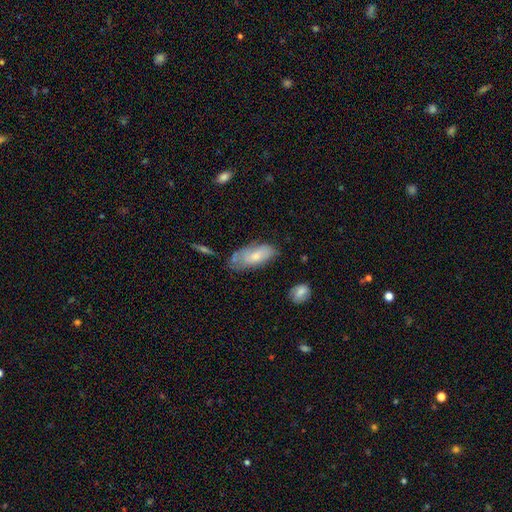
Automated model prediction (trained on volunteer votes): Morphology: type=smooth (66%); roundness=in between (88%); merging=none (48%).